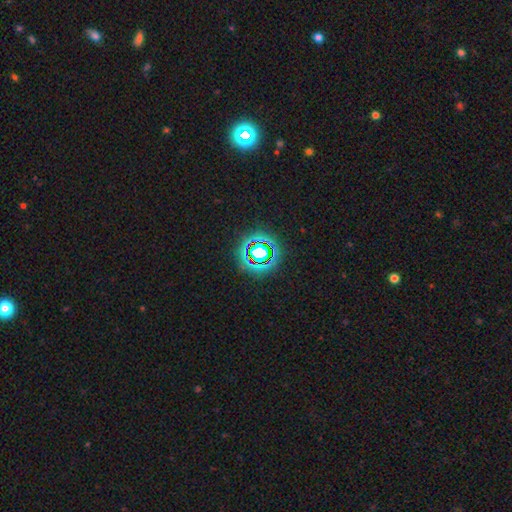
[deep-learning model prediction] The model was most divided on "smooth or featured": star or artifact: 74%, smooth: 15%, featured or disk: 10%.